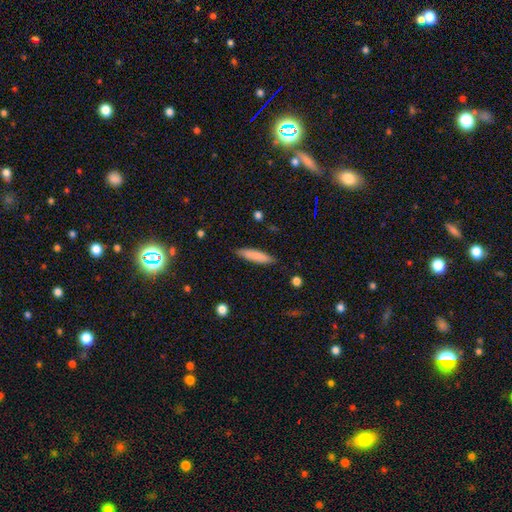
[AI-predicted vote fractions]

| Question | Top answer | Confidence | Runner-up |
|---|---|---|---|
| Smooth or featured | smooth | 83% | featured or disk (10%) |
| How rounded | cigar-shaped | 77% | in between (22%) |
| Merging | none | 85% | minor disturbance (12%) |